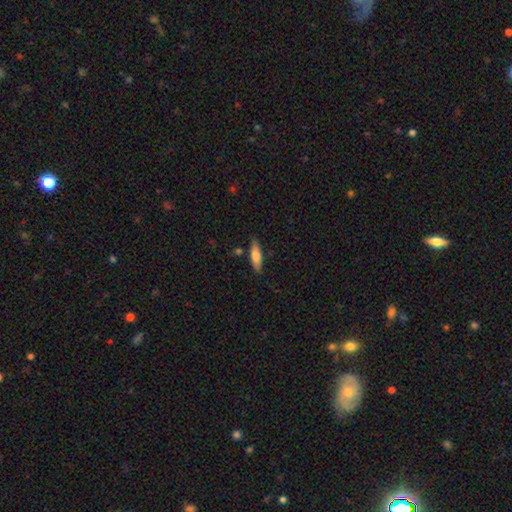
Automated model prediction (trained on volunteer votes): smooth_or_featured: smooth (p=0.75) [alt: featured or disk p=0.18]
how_rounded: cigar-shaped (p=0.57) [alt: in between p=0.41]
merging: none (p=0.81) [alt: minor disturbance p=0.13]